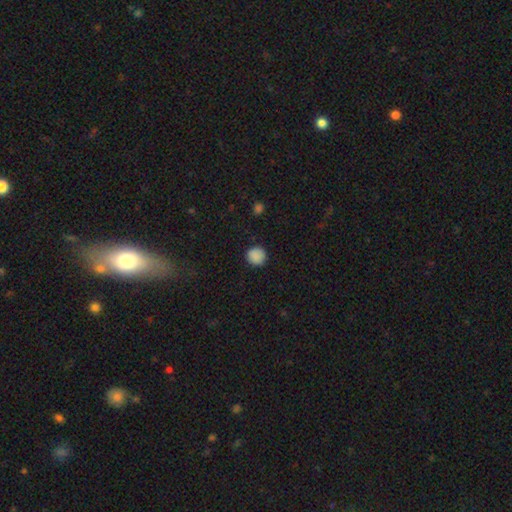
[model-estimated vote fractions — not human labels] A smooth galaxy with no disk features (88%) that is round (92%). Merging: none (89%).